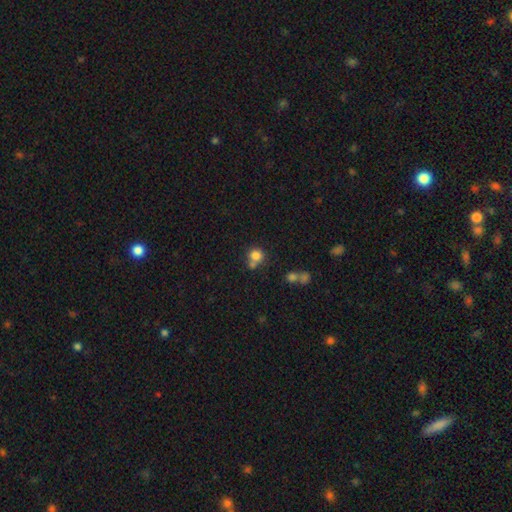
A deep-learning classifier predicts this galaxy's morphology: The model was most divided on "merging": none: 52%, merger: 32%, minor disturbance: 11%, major disturbance: 5%. More confident: how rounded — round (87%); smooth or featured — smooth (80%).